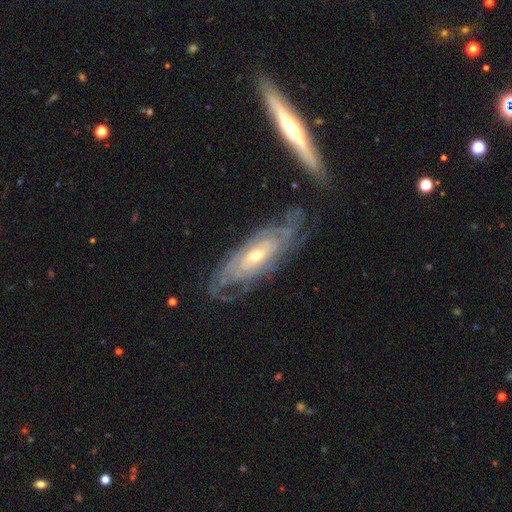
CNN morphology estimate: Q: Smooth or featured?
A: featured or disk (85%); runner-up: smooth (10%)
Q: Edge-on disk?
A: no (86%); runner-up: yes (14%)
Q: Bar?
A: no (64%); runner-up: weak (26%)
Q: Spiral arms?
A: yes (89%); runner-up: no (11%)
Q: Spiral winding?
A: tight (72%); runner-up: medium (21%)
Q: Spiral arm count?
A: can't tell (54%); runner-up: 2 (16%)
Q: Bulge size?
A: moderate (48%); tied with: small (48%)
Q: Merging?
A: none (69%); runner-up: minor disturbance (18%)